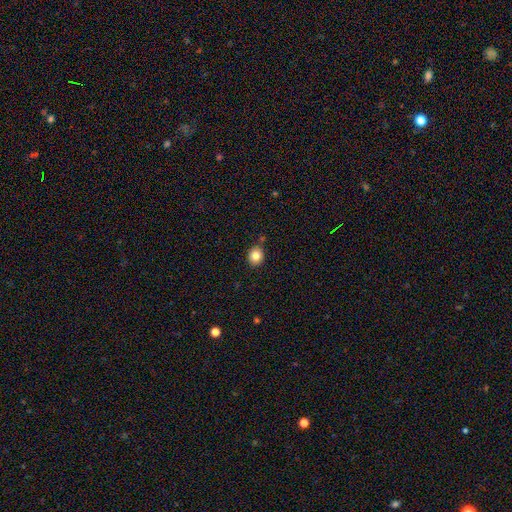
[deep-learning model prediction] smooth-or-featured: smooth: 82% | star or artifact: 10% | featured or disk: 8%
  how-rounded: round: 74% | in between: 25% | cigar-shaped: 1%
  merging: none: 86% | minor disturbance: 9% | merger: 4% | major disturbance: 2%